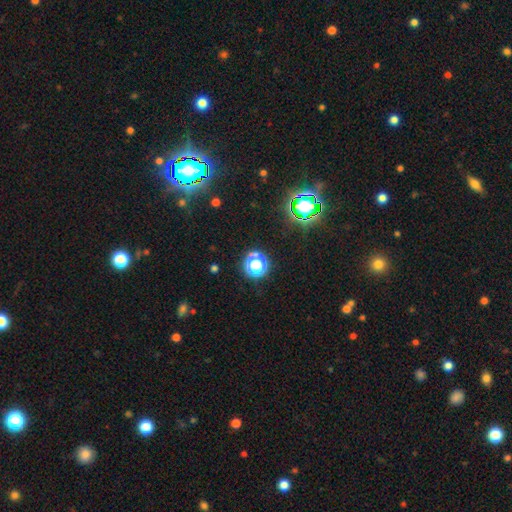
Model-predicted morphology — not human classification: smooth_or_featured: star or artifact (p=0.68) [alt: smooth p=0.25]